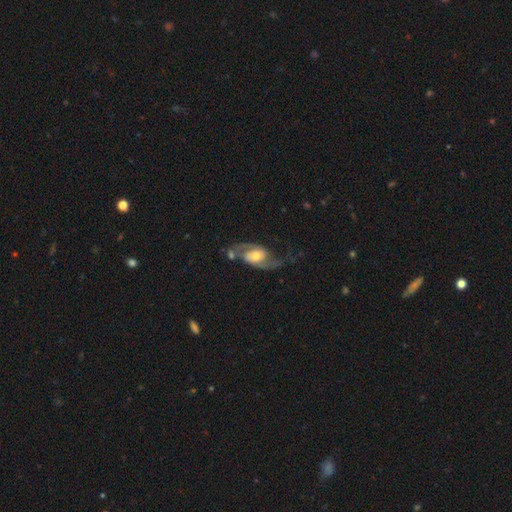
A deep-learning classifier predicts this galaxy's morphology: Q: Smooth or featured?
A: featured or disk (84%); runner-up: smooth (11%)
Q: Edge-on disk?
A: no (95%); runner-up: yes (5%)
Q: Bar?
A: no (57%); runner-up: weak (33%)
Q: Spiral arms?
A: yes (94%); runner-up: no (6%)
Q: Spiral winding?
A: loose (46%); runner-up: medium (41%)
Q: Spiral arm count?
A: 2 (90%); runner-up: can't tell (4%)
Q: Bulge size?
A: moderate (61%); runner-up: small (26%)
Q: Merging?
A: none (55%); runner-up: minor disturbance (19%)